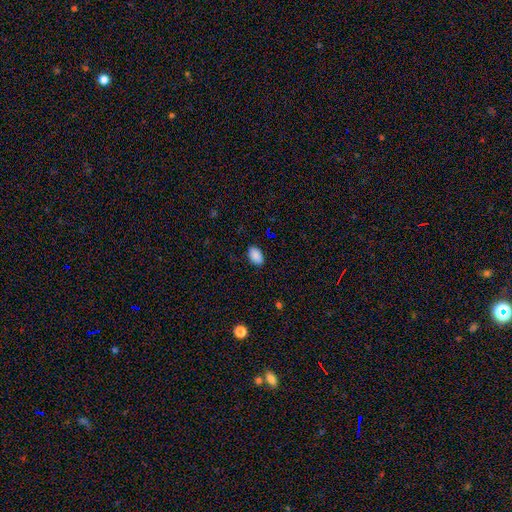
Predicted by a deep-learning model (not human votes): Overall: smooth (88%). How rounded: in between (91%). Merging: none (86%).